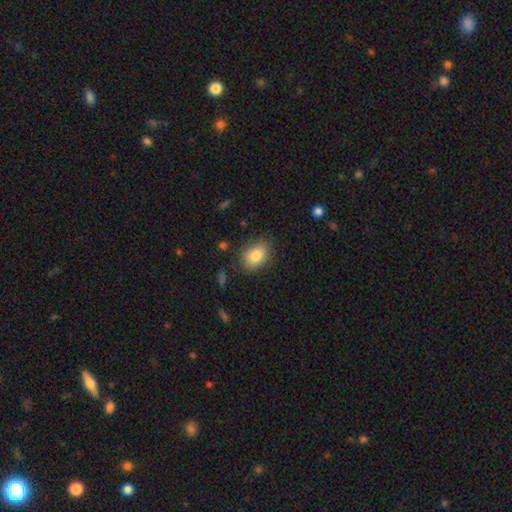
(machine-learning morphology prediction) Overall: smooth (83%). How rounded: in between (80%). Merging: none (77%).